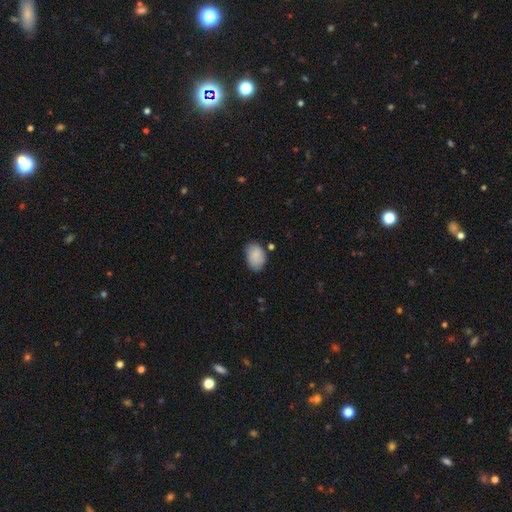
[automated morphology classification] This appears to be a smooth galaxy with no disk features (86%) that is in between round and cigar-shaped (83%). Merging: none (70%).